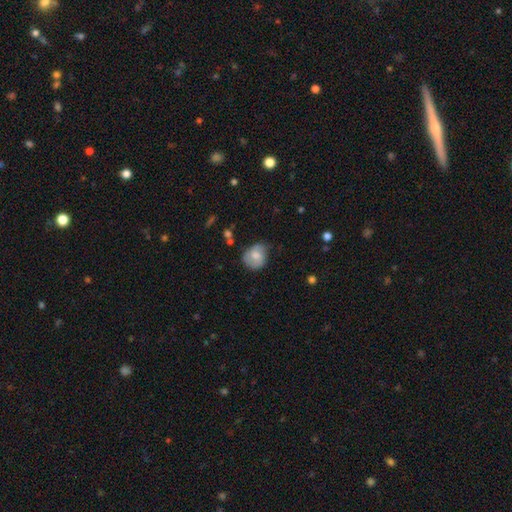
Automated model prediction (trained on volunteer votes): This appears to be a smooth galaxy with no disk features (68%) that is round (67%). Merging: none (55%).